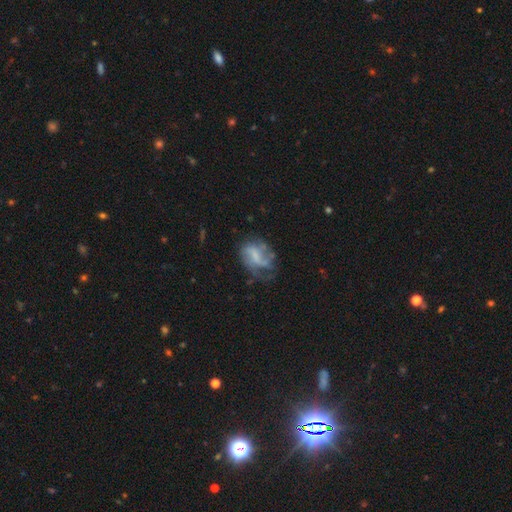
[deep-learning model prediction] This is likely a featured or disk galaxy (61%). It is clearly not viewed edge-on (97%). Bar: marginally weak (44%). Spiral arm pattern: likely yes (69%). Central bulge: marginally none (40%). Merging: marginally none (38%).